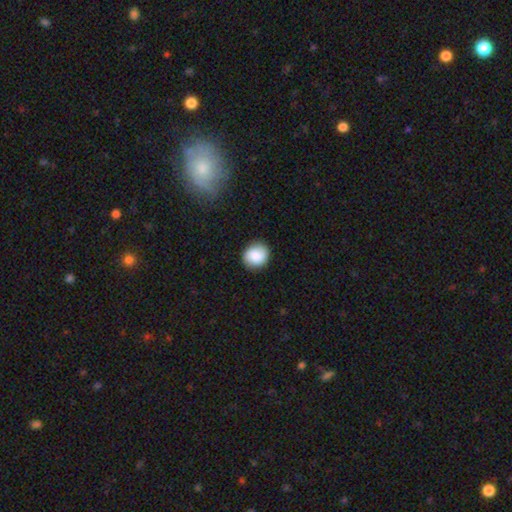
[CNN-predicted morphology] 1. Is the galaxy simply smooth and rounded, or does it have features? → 80% smooth, 12% featured or disk, 8% star or artifact.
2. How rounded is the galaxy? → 80% round, 19% in between, 1% cigar-shaped.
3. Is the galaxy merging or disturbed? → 87% none, 10% minor disturbance, 2% major disturbance, 1% merger.